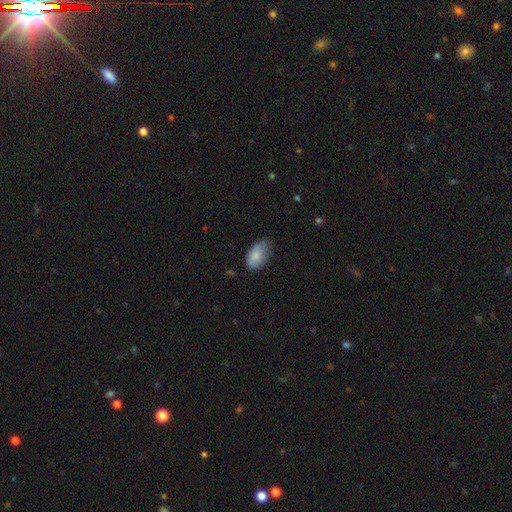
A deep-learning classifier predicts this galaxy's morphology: smooth-or-featured: smooth: 83% | featured or disk: 10% | star or artifact: 7%
  how-rounded: in between: 93% | round: 5% | cigar-shaped: 2%
  merging: none: 58% | minor disturbance: 34% | major disturbance: 6% | merger: 1%